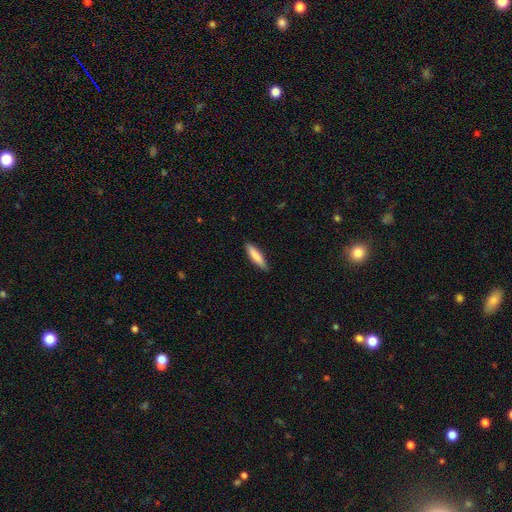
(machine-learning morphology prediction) smooth_or_featured: smooth (p=0.83) [alt: featured or disk p=0.11]
how_rounded: cigar-shaped (p=0.78) [alt: in between p=0.21]
merging: none (p=0.89) [alt: minor disturbance p=0.09]